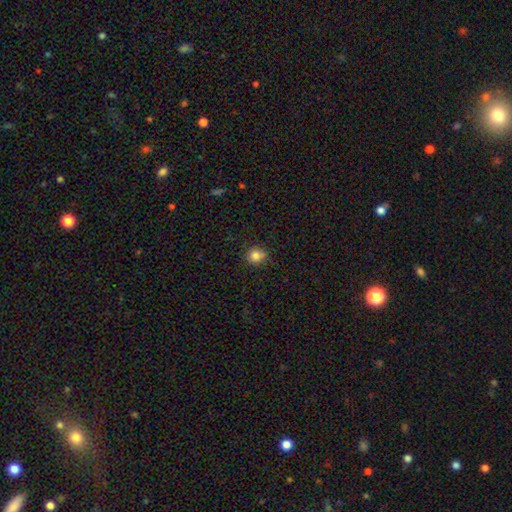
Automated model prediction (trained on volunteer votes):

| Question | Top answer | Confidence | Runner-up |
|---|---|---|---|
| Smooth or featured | smooth | 82% | star or artifact (12%) |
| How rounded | round | 86% | in between (14%) |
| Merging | none | 77% | minor disturbance (14%) |